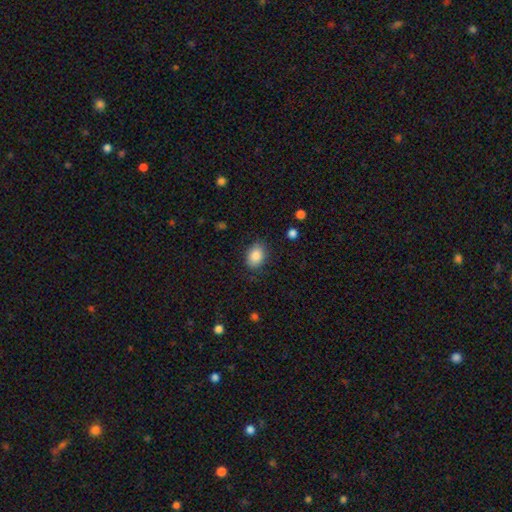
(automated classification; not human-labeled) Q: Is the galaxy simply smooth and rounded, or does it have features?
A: smooth — 87%.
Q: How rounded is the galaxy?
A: in between — 73%.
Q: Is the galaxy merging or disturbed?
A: none — 80%.